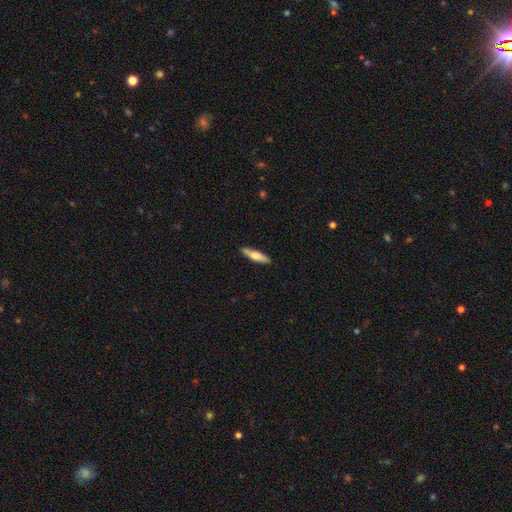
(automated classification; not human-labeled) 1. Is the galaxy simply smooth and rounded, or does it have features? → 67% smooth, 27% featured or disk, 5% star or artifact.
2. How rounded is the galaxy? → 74% cigar-shaped, 24% in between, 2% round.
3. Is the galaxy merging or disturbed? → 88% none, 9% minor disturbance, 2% major disturbance, 1% merger.